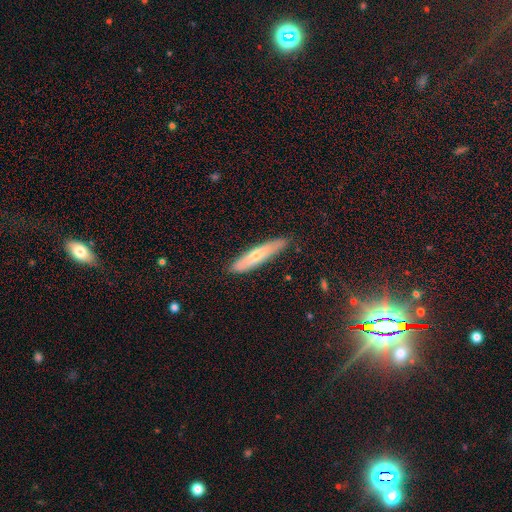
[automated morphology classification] Overall: smooth (63%; featured or disk 31%). How rounded: cigar-shaped (86%). Merging: none (81%).